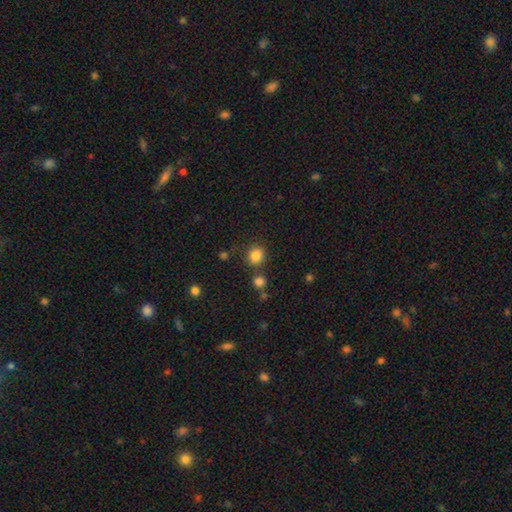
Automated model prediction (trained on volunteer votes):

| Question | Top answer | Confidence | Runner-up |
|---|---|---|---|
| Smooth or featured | smooth | 83% | star or artifact (12%) |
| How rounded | round | 82% | in between (17%) |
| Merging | none | 79% | minor disturbance (9%) |